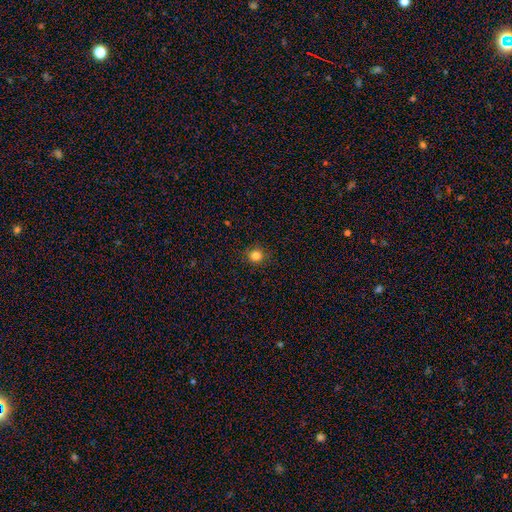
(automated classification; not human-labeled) This is clearly a smooth galaxy (82%). How rounded: clearly round (91%). Merging: clearly none (89%).